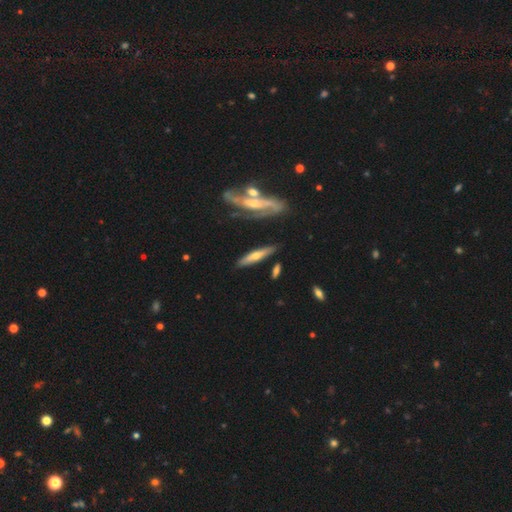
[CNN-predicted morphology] Smooth or featured? Predicted: featured or disk (p=0.55). Edge-on disk? Predicted: yes (p=0.80). Merging? Predicted: none (p=0.78).